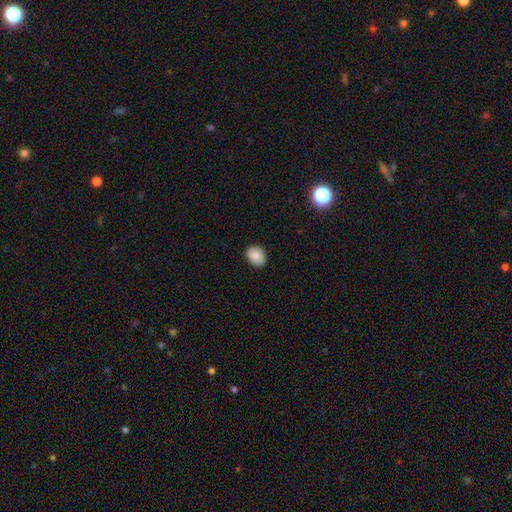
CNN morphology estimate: The model was most divided on "how rounded": in between: 56%, round: 43%, cigar-shaped: 1%. More confident: merging — none (89%); smooth or featured — smooth (88%).